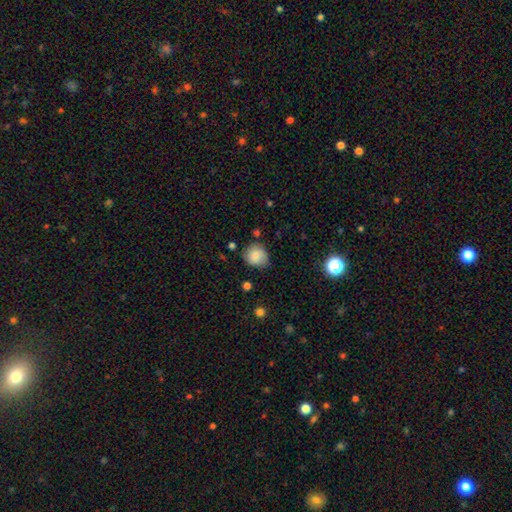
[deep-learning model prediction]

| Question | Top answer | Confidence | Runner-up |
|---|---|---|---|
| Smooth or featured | smooth | 78% | featured or disk (12%) |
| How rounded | round | 80% | in between (20%) |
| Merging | none | 71% | minor disturbance (22%) |